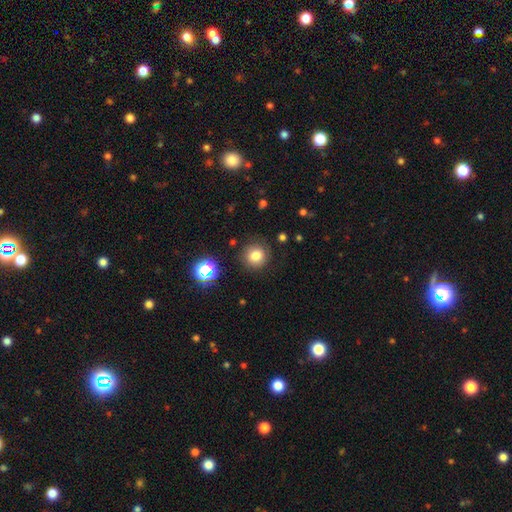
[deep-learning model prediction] Smooth or featured? Predicted: smooth (p=0.78). How rounded? Predicted: round (p=0.91). Merging? Predicted: none (p=0.85).